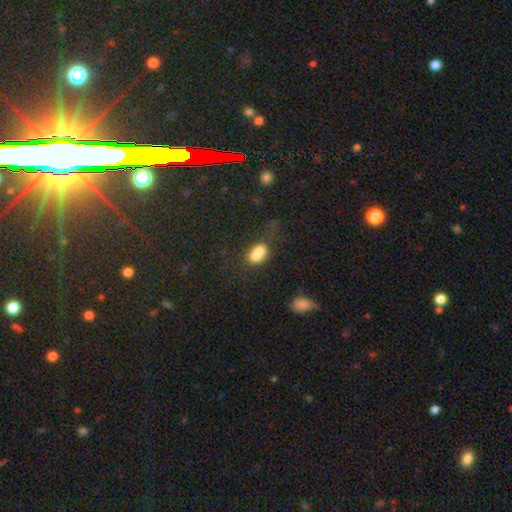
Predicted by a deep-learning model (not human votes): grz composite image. It shows a smooth galaxy with no disk features (72%) that is in between round and cigar-shaped (72%). Merging: merger (42%).